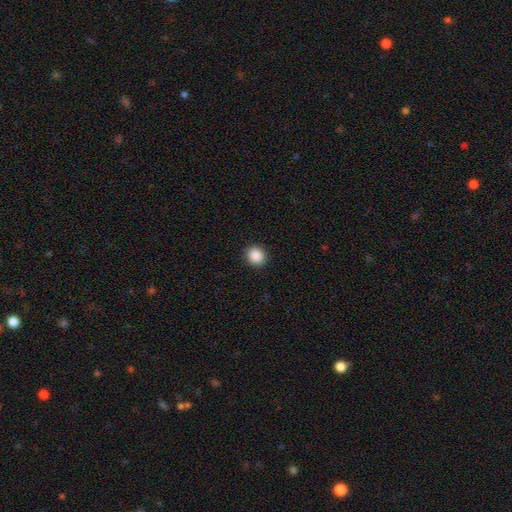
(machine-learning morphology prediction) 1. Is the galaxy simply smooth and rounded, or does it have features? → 89% smooth, 9% star or artifact, 3% featured or disk.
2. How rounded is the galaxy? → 81% round, 18% in between, 1% cigar-shaped.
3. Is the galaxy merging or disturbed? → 92% none, 5% minor disturbance, 2% major disturbance, 1% merger.